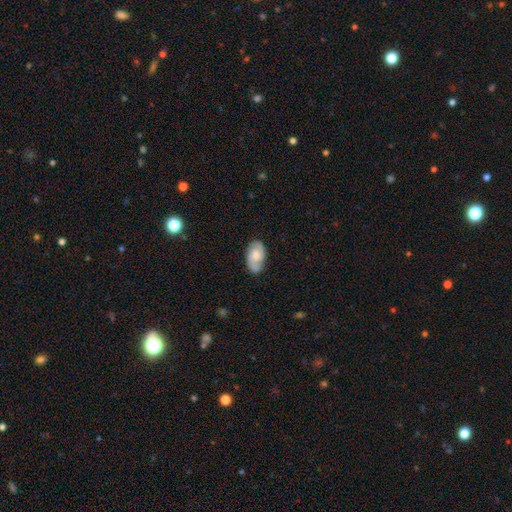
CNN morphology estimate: Smooth or featured: featured or disk — 59% (smooth — 35%)
Edge-on disk: no — 96% (yes — 4%)
Bar: no — 62% (weak — 33%)
Spiral arms: yes — 90% (no — 10%)
Spiral winding: medium — 47% (tight — 35%)
Spiral arm count: 2 — 84% (can't tell — 9%)
Bulge size: moderate — 41% (small — 29%)
Merging: none — 78% (minor disturbance — 17%)